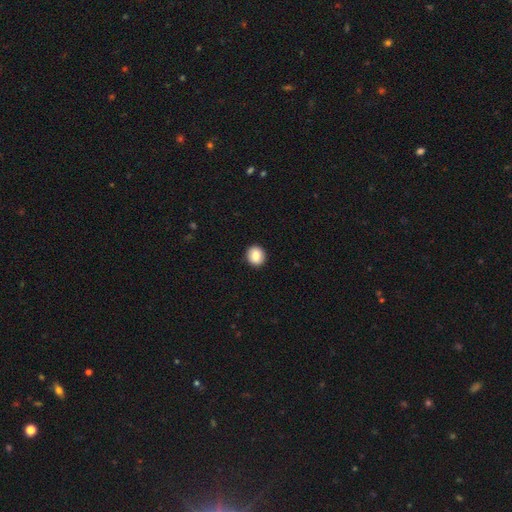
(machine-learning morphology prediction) Q: Smooth or featured?
A: smooth (84%); runner-up: featured or disk (8%)
Q: How rounded?
A: round (83%); runner-up: in between (16%)
Q: Merging?
A: none (92%); runner-up: minor disturbance (5%)